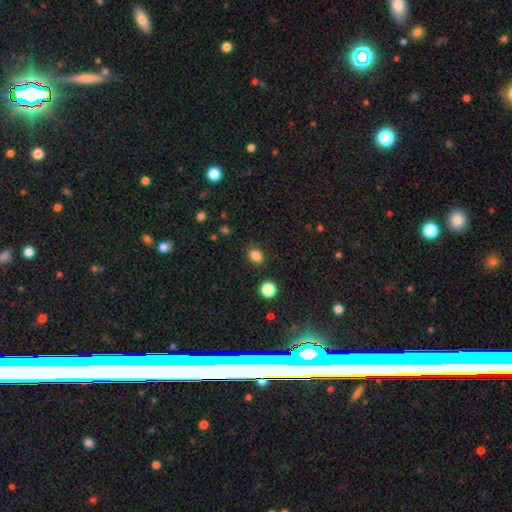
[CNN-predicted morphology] smooth_or_featured: smooth (p=0.84) [alt: star or artifact p=0.12]
how_rounded: round (p=0.52) [alt: in between p=0.47]
merging: none (p=0.85) [alt: minor disturbance p=0.10]